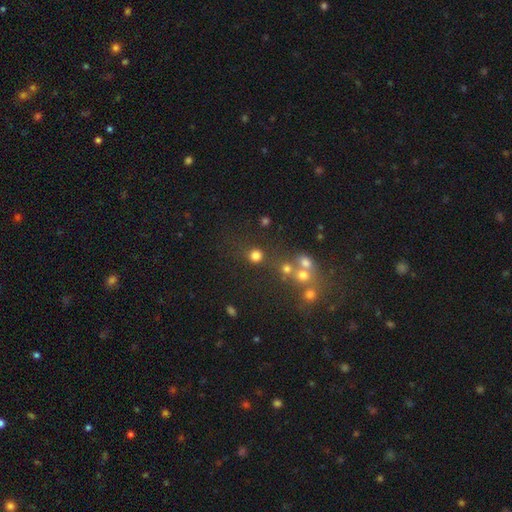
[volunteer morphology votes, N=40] Smooth or featured?
  - smooth: 85% *
  - star or artifact: 12%
  - featured or disk: 2%
How rounded?
  - round: 100% *
  - in between: 0%
  - cigar-shaped: 0%
Merging?
  - none: 86% *
  - minor disturbance: 9%
  - major disturbance: 6%
  - merger: 0%